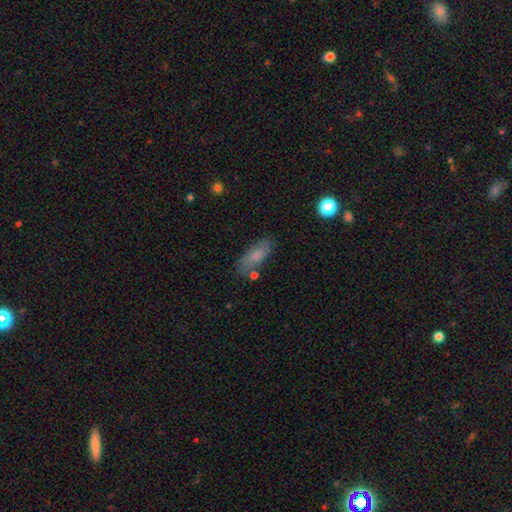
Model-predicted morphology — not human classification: A smooth galaxy with no disk features (73%) that is in between round and cigar-shaped (71%).

Vote fractions:
- Smooth or featured? smooth: 73% / featured or disk: 19% / star or artifact: 8%
- How rounded? in between: 71% / cigar-shaped: 26% / round: 3%
- Merging? none: 71% / minor disturbance: 18% / merger: 6% / major disturbance: 5%